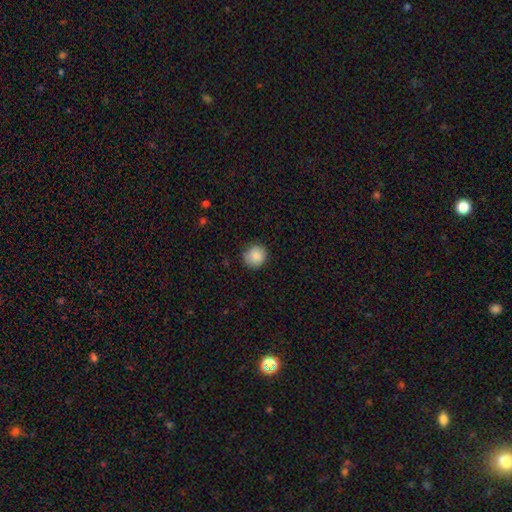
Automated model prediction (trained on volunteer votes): Morphology: type=smooth (87%); roundness=round (88%); merging=none (85%).